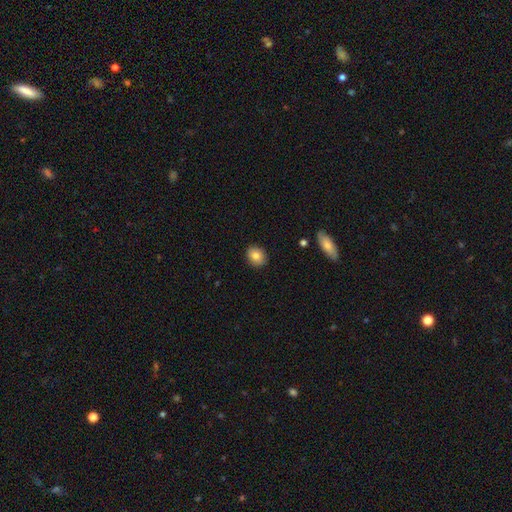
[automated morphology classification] This appears to be a smooth galaxy with no disk features (82%) that is round (59%). Merging: none (89%).